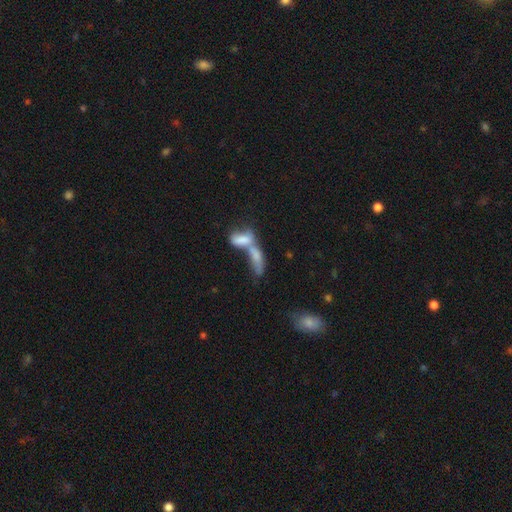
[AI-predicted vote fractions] A smooth galaxy with no disk features (66%) that is in between round and cigar-shaped (64%).

Vote fractions:
- Smooth or featured? smooth: 66% / featured or disk: 25% / star or artifact: 9%
- How rounded? in between: 64% / cigar-shaped: 32% / round: 4%
- Merging? merger: 76% / none: 12% / major disturbance: 6% / minor disturbance: 6%